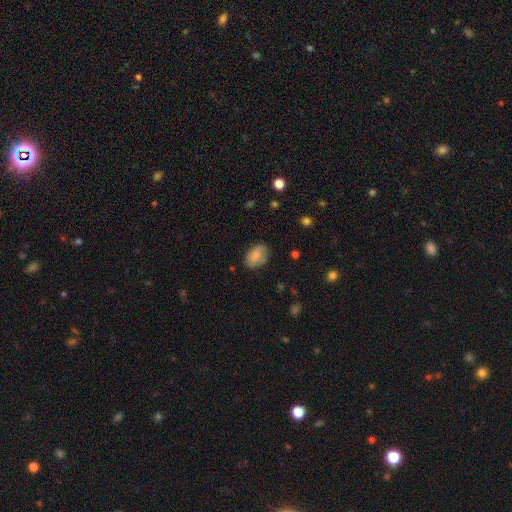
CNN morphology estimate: Q: Smooth or featured?
A: smooth (80%); runner-up: featured or disk (13%)
Q: How rounded?
A: in between (86%); runner-up: round (13%)
Q: Merging?
A: none (74%); runner-up: minor disturbance (20%)